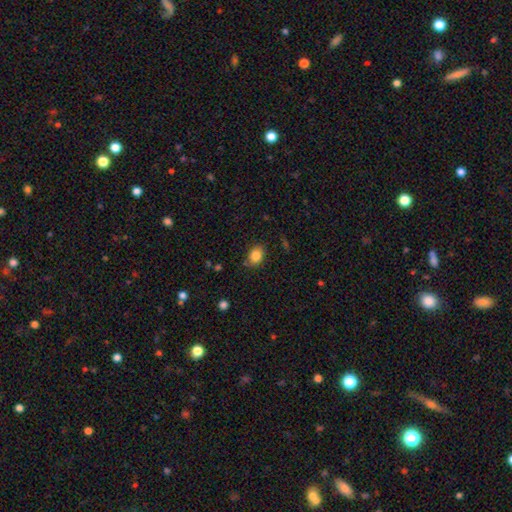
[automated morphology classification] Smooth or featured? Predicted: smooth (p=0.85). How rounded? Predicted: in between (p=0.65). Merging? Predicted: none (p=0.75).